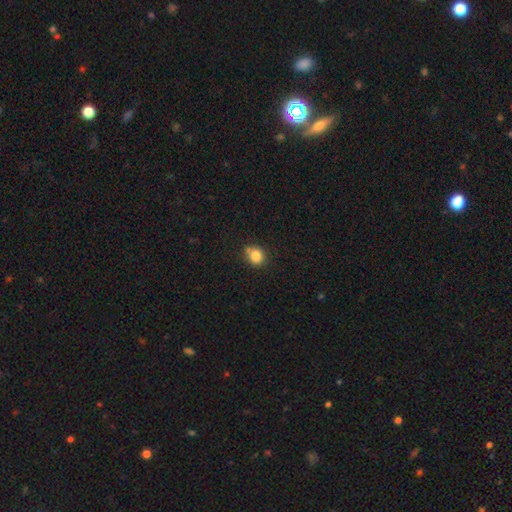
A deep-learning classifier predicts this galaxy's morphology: The model was most divided on "how rounded": round: 74%, in between: 25%, cigar-shaped: 1%. More confident: smooth or featured — smooth (83%); merging — none (68%).